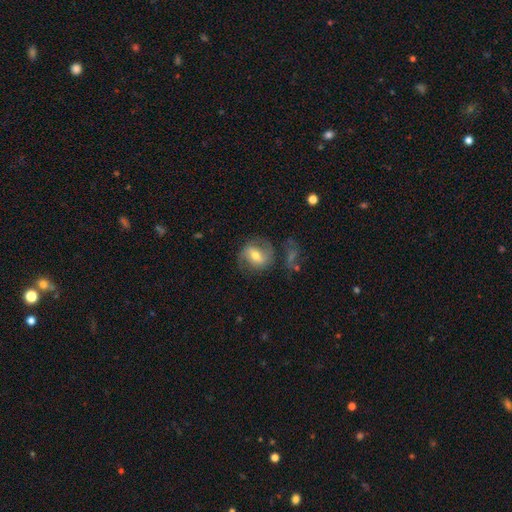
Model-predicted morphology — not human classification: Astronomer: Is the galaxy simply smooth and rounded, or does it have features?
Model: featured or disk — 61%.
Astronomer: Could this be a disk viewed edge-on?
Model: no — 95%.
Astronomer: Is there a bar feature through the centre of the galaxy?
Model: weak — 44% (runner-up: strong, 34%).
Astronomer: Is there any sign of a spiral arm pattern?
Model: yes — 80%.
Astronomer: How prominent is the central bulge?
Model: moderate — 67%.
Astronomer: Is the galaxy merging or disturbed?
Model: none — 63%.